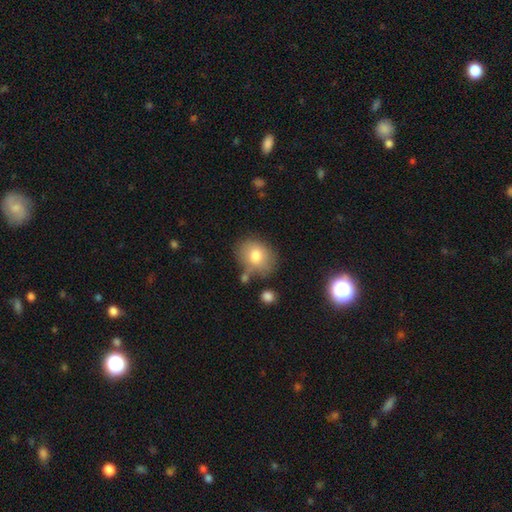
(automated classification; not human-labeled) smooth_or_featured: smooth (p=0.77) [alt: featured or disk p=0.14]
how_rounded: round (p=0.53) [alt: in between p=0.46]
merging: none (p=0.66) [alt: minor disturbance p=0.19]